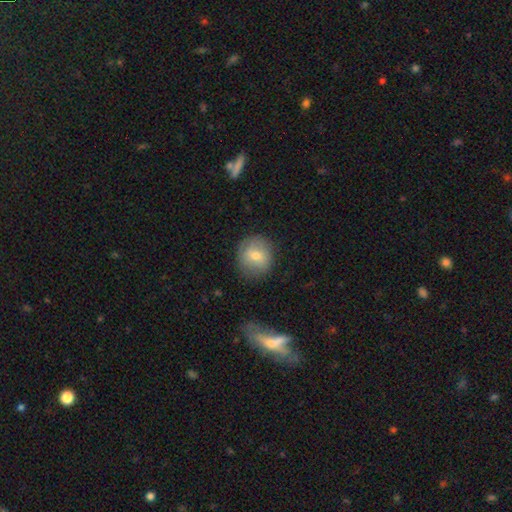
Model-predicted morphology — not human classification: smooth_or_featured: smooth (p=0.71) [alt: featured or disk p=0.21]
how_rounded: round (p=0.86) [alt: in between p=0.13]
merging: none (p=0.80) [alt: minor disturbance p=0.14]